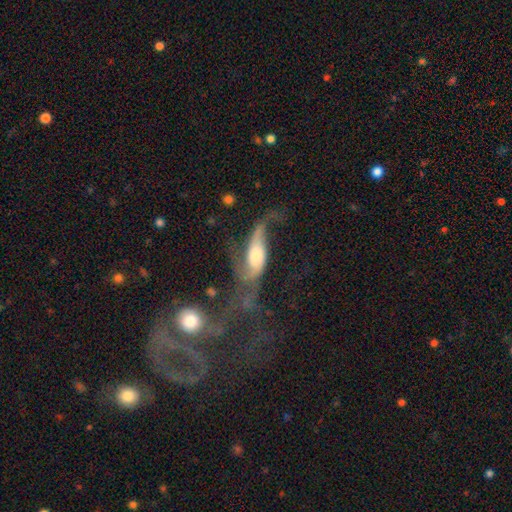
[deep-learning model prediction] A featured or disk galaxy (76%) with no bar (48%), 2 (78%) loose (73%) spiral arms (89%) and a moderate central bulge (48%).

Vote fractions:
- Smooth or featured? featured or disk: 76% / smooth: 16% / star or artifact: 8%
- Edge-on disk? no: 84% / yes: 16%
- Bar? no: 48% / weak: 33% / strong: 20%
- Spiral arms? yes: 89% / no: 11%
- Spiral winding? loose: 73% / medium: 20% / tight: 7%
- Spiral arm count? 2: 78% / 1: 8% / can't tell: 7% / 3: 3% / 4: 2% / more than 4: 2%
- Bulge size? moderate: 48% / large: 26% / small: 17% / none: 5% / dominant: 4%
- Merging? major disturbance: 36% / none: 27% / merger: 21% / minor disturbance: 16%